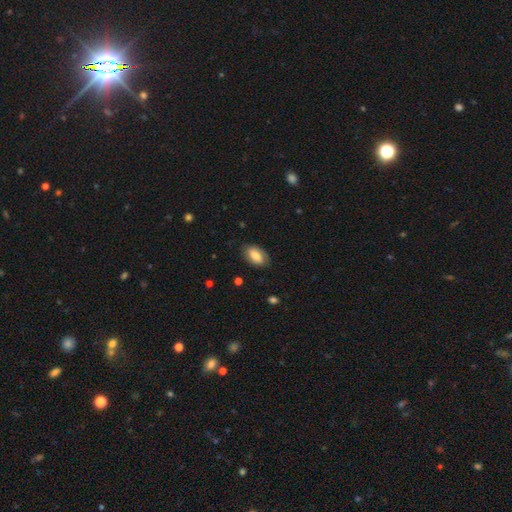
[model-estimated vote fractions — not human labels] A smooth galaxy with no disk features (78%) that is in between round and cigar-shaped (93%). Merging: none (81%).